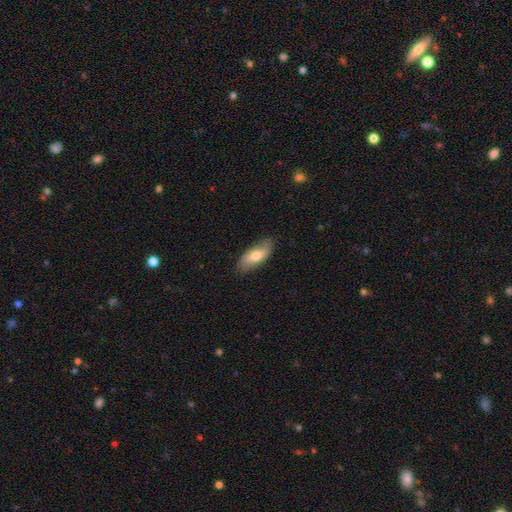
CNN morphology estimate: A smooth galaxy with no disk features (66%) that is in between round and cigar-shaped (82%). Merging: none (80%).